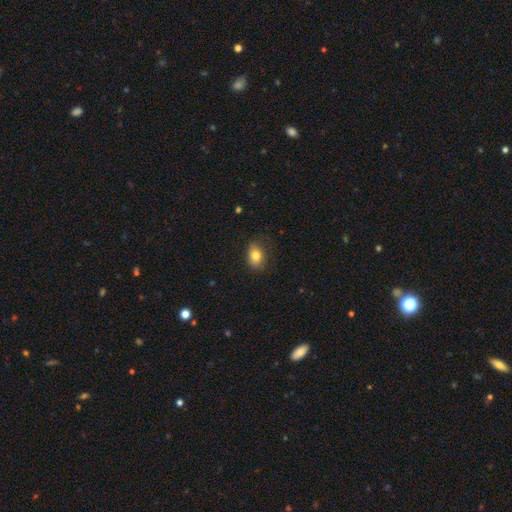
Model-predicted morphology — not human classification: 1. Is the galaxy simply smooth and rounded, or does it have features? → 81% smooth, 10% featured or disk, 9% star or artifact.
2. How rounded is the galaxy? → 76% in between, 23% round, 1% cigar-shaped.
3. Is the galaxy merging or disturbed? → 78% none, 17% minor disturbance, 4% major disturbance, 1% merger.